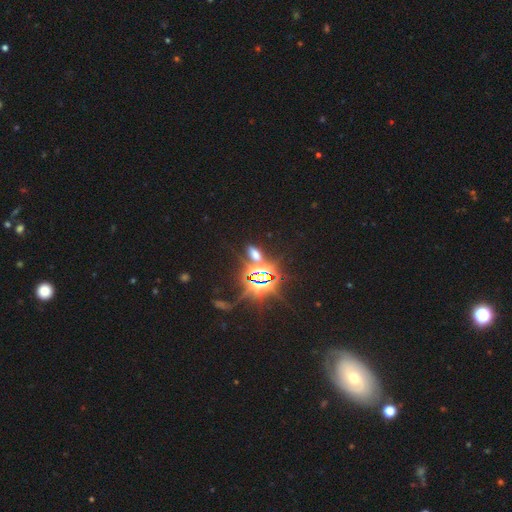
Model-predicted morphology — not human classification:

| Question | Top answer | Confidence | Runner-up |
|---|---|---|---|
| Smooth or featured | star or artifact | 61% | smooth (29%) |